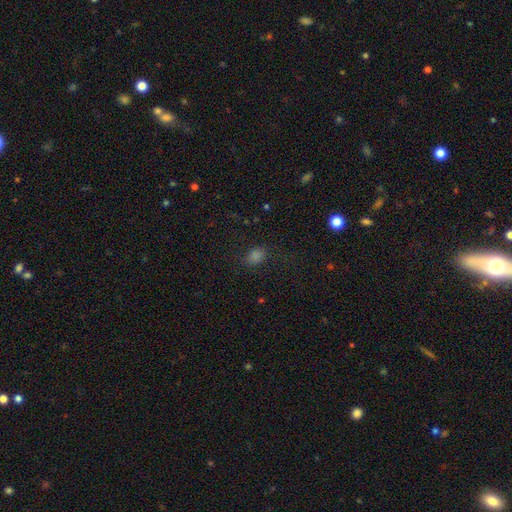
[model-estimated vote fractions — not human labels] This appears to be a smooth galaxy with no disk features (72%) that is in between round and cigar-shaped (65%). Merging: none (76%).